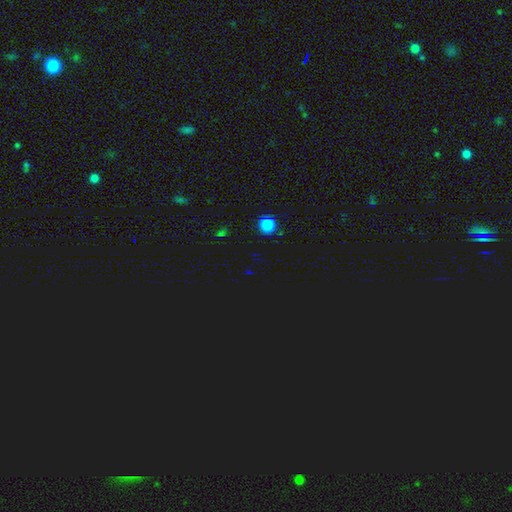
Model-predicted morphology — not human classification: star or artifact 53%, smooth 41%, featured or disk 6%.